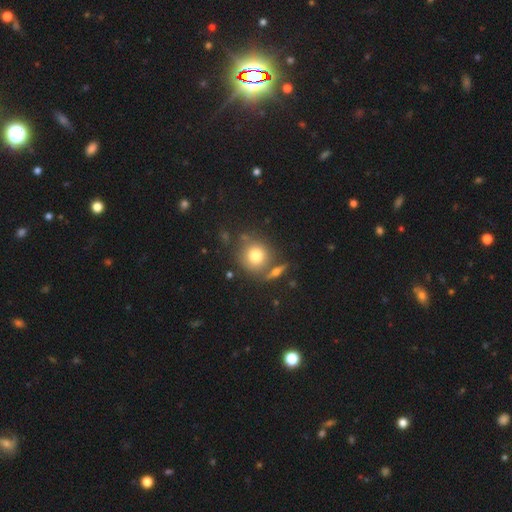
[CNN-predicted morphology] Smooth or featured? smooth (74%)
How rounded? round (89%)
Merging? none (69%)